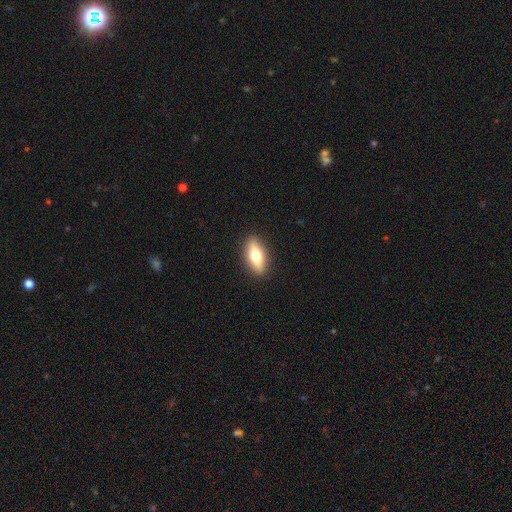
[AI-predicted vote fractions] The model was most divided on "smooth or featured": smooth: 58%, featured or disk: 36%, star or artifact: 7%. More confident: merging — none (90%); how rounded — in between (70%).